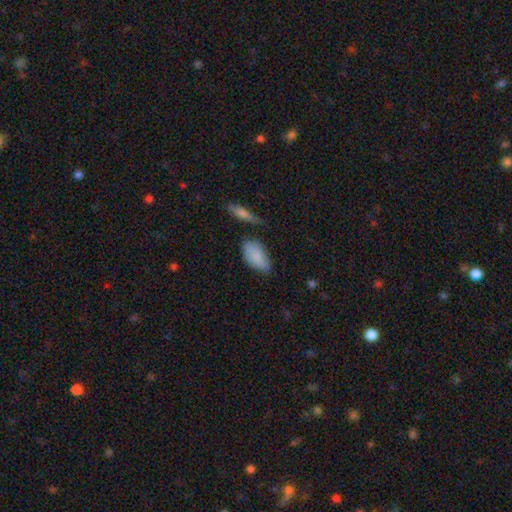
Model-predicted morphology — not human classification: The model was most divided on "merging": none: 61%, minor disturbance: 26%, merger: 7%, major disturbance: 6%. More confident: how rounded — in between (92%); smooth or featured — smooth (82%).